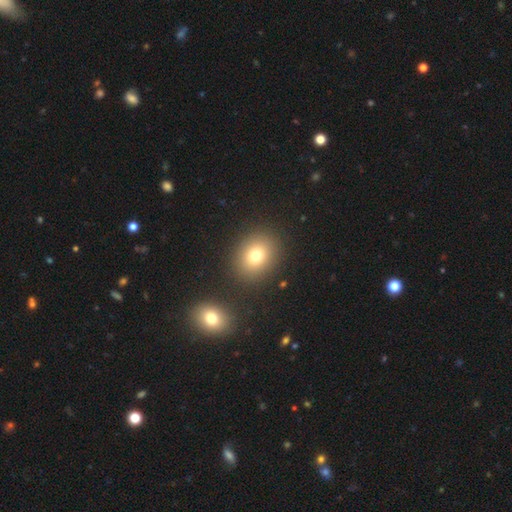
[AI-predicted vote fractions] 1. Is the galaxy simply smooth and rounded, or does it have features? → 76% smooth, 14% star or artifact, 10% featured or disk.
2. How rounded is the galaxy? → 63% round, 36% in between, 1% cigar-shaped.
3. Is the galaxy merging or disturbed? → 86% none, 7% minor disturbance, 4% merger, 3% major disturbance.